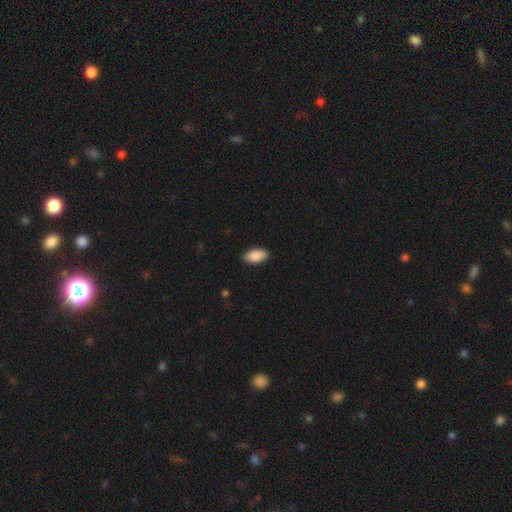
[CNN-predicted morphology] A smooth galaxy with no disk features (90%) that is in between round and cigar-shaped (94%). Merging: none (88%).